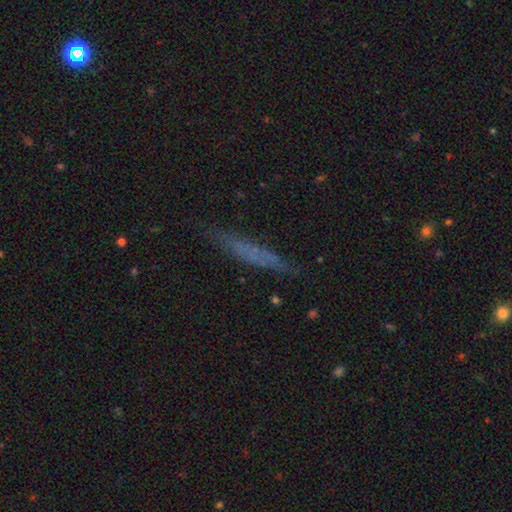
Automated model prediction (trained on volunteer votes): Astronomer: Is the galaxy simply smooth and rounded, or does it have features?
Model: smooth — 49% (runner-up: featured or disk, 36%).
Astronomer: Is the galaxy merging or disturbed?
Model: none — 86%.